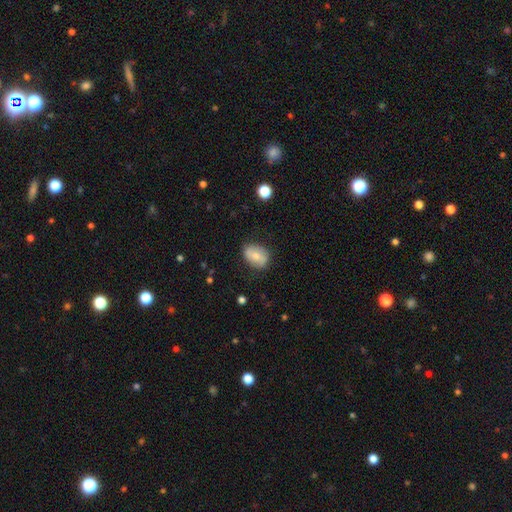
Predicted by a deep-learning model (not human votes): This is likely a smooth galaxy (66%). How rounded: clearly in between (81%). Merging: likely none (78%).